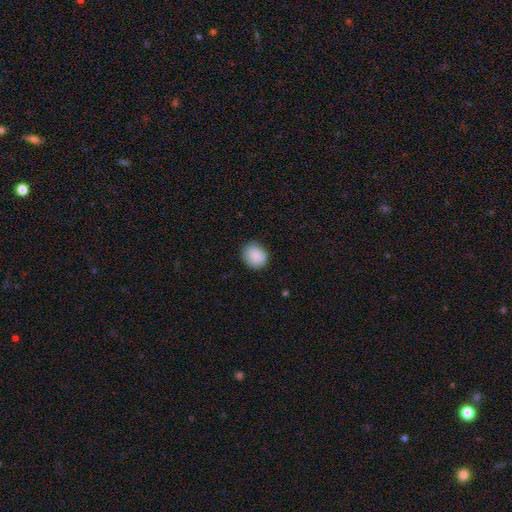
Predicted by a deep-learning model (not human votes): smooth_or_featured: smooth (p=0.88) [alt: star or artifact p=0.07]
how_rounded: round (p=0.69) [alt: in between p=0.30]
merging: none (p=0.83) [alt: minor disturbance p=0.14]